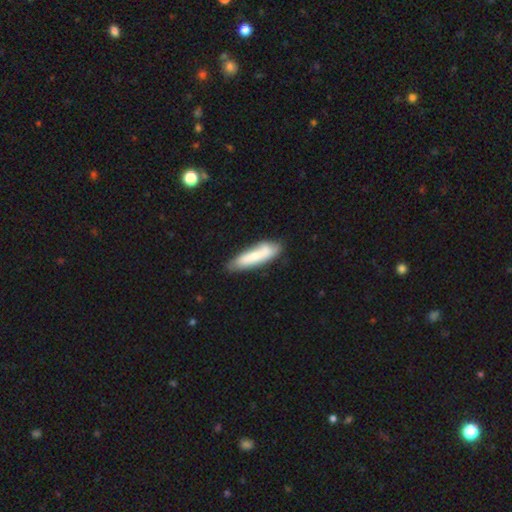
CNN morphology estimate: smooth-or-featured: smooth: 68% | featured or disk: 26% | star or artifact: 6%
  how-rounded: cigar-shaped: 68% | in between: 31% | round: 1%
  merging: none: 70% | minor disturbance: 21% | major disturbance: 5% | merger: 5%